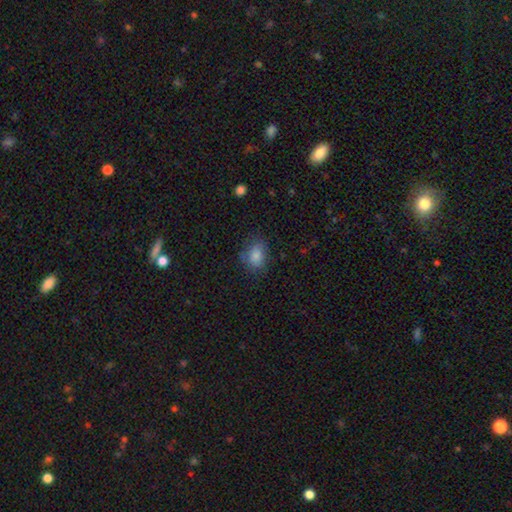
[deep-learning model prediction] This appears to be a smooth galaxy with no disk features (83%) that is in between round and cigar-shaped (69%). Merging: none (68%).